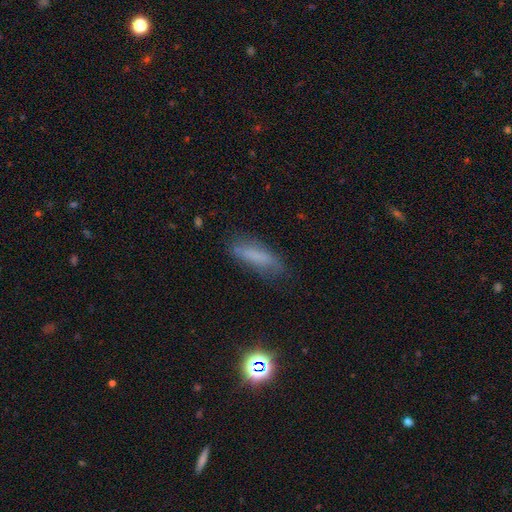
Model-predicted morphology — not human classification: Smooth or featured? Predicted: smooth (p=0.71). How rounded? Predicted: cigar-shaped (p=0.60). Merging? Predicted: none (p=0.72).